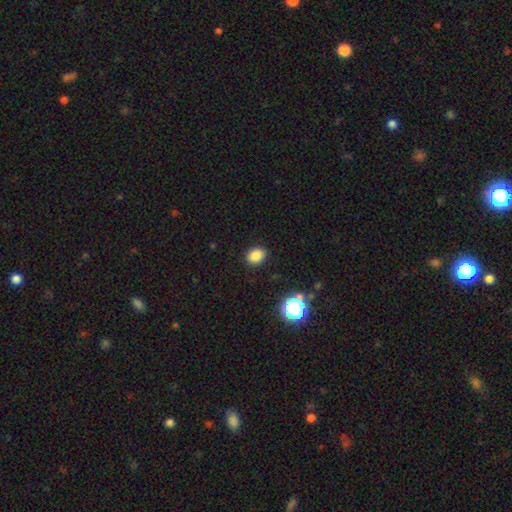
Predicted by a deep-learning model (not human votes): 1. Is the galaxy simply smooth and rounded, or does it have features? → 84% smooth, 12% star or artifact, 4% featured or disk.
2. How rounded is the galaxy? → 53% round, 46% in between, 1% cigar-shaped.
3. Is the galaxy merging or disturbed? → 88% none, 8% minor disturbance, 2% major disturbance, 1% merger.